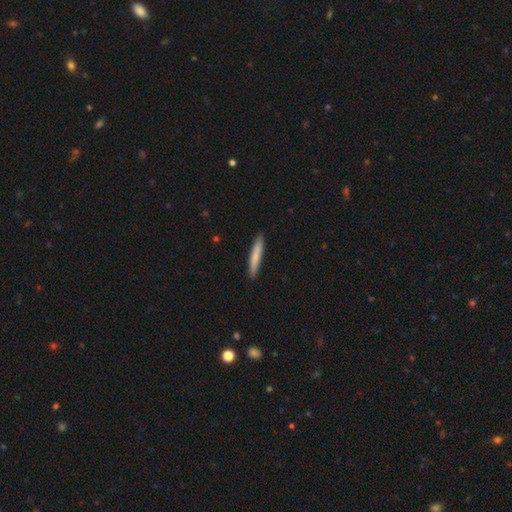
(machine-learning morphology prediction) Smooth or featured? smooth (77%)
How rounded? cigar-shaped (94%)
Merging? none (90%)